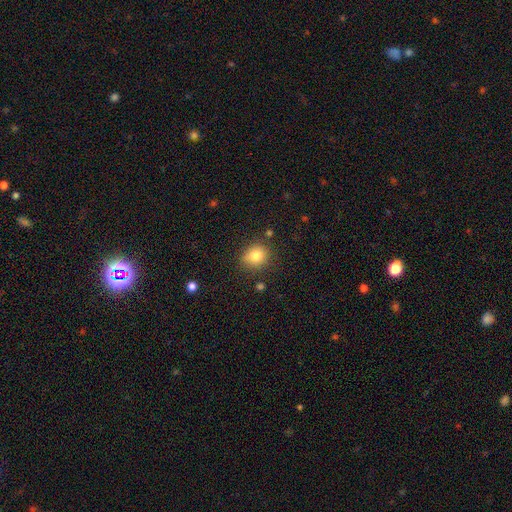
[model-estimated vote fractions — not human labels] Smooth or featured: smooth — 81% (star or artifact — 11%)
How rounded: round — 75% (in between — 24%)
Merging: none — 80% (minor disturbance — 13%)